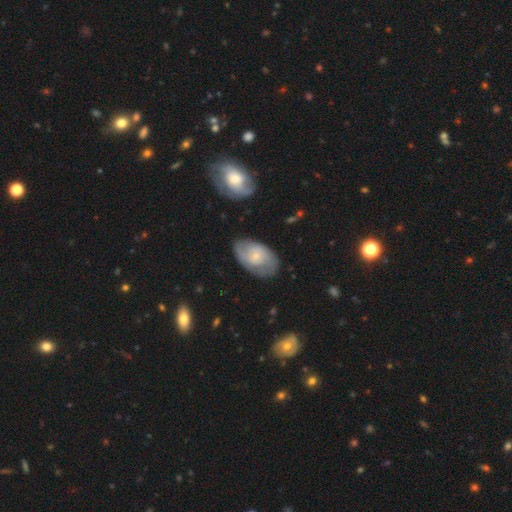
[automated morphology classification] Smooth or featured: featured or disk — 50% (smooth — 43%)
Edge-on disk: no — 95% (yes — 5%)
Merging: none — 71% (minor disturbance — 20%)